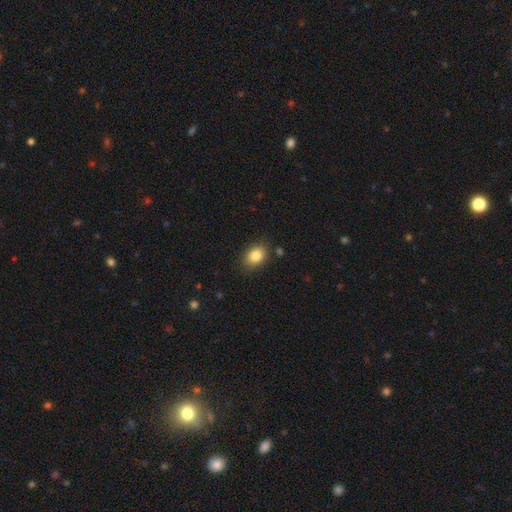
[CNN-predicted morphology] Smooth or featured: smooth — 85% (star or artifact — 9%)
How rounded: in between — 73% (round — 26%)
Merging: none — 84% (minor disturbance — 11%)